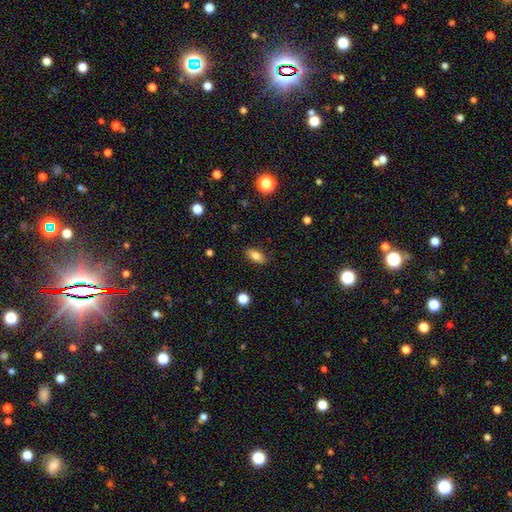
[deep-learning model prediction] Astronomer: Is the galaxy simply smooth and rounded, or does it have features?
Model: smooth — 81%.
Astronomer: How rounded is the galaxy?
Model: in between — 86%.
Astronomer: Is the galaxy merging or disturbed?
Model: none — 87%.